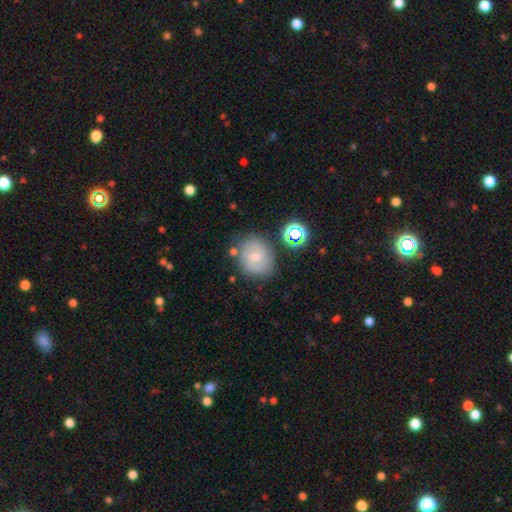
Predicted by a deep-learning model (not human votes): smooth_or_featured: featured or disk (p=0.51) [alt: smooth p=0.37]
disk_edge_on: no (p=0.97) [alt: yes p=0.03]
merging: none (p=0.69) [alt: minor disturbance p=0.18]